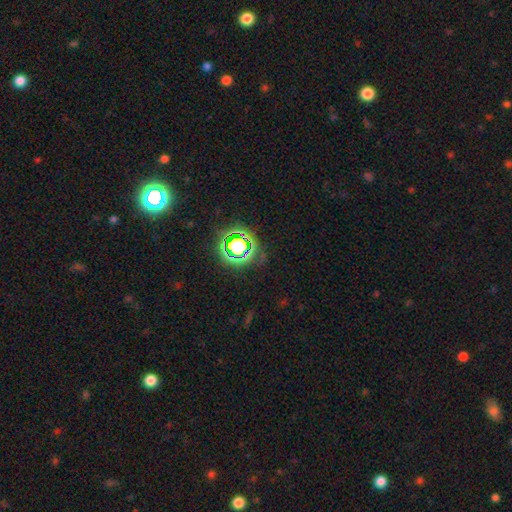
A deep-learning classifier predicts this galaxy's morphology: A star or artifact, not a galaxy (79%).

Vote fractions:
- Smooth or featured? star or artifact: 79% / smooth: 14% / featured or disk: 7%